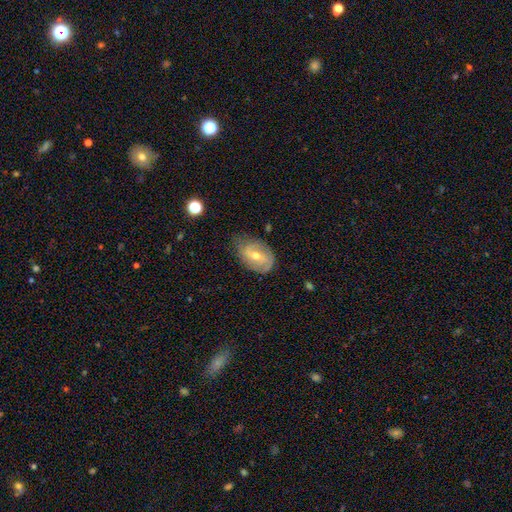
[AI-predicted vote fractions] smooth_or_featured: featured or disk (p=0.63) [alt: smooth p=0.30]
disk_edge_on: no (p=0.94) [alt: yes p=0.06]
bar: weak (p=0.48) [alt: strong p=0.29]
has_spiral_arms: yes (p=0.76) [alt: no p=0.24]
bulge_size: moderate (p=0.58) [alt: small p=0.38]
merging: none (p=0.62) [alt: minor disturbance p=0.28]